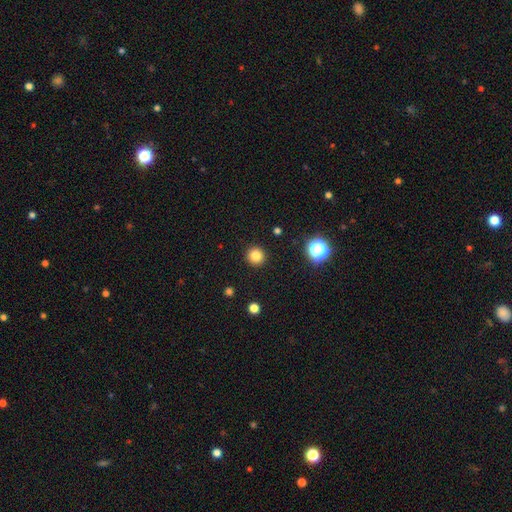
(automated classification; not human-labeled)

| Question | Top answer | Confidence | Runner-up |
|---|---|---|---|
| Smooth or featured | smooth | 82% | star or artifact (13%) |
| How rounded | round | 95% | in between (4%) |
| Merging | none | 93% | minor disturbance (4%) |